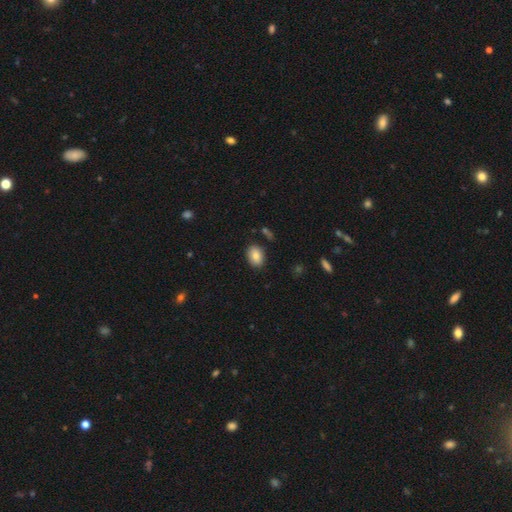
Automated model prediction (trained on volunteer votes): The model was most divided on "how rounded": in between: 80%, round: 19%, cigar-shaped: 1%. More confident: merging — none (85%); smooth or featured — smooth (84%).